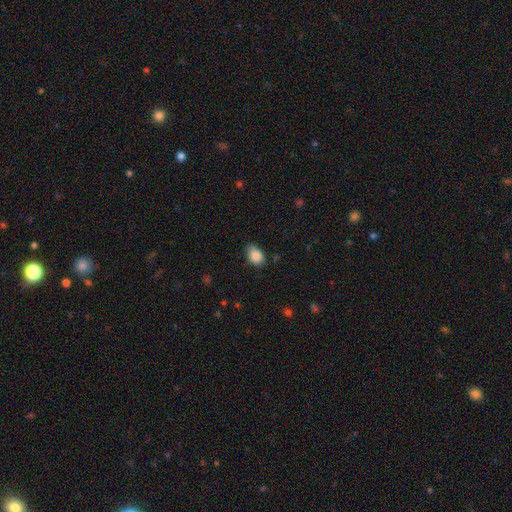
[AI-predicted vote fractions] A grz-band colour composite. It shows a smooth galaxy with no disk features (87%) that is in between round and cigar-shaped (80%). Merging: none (65%).